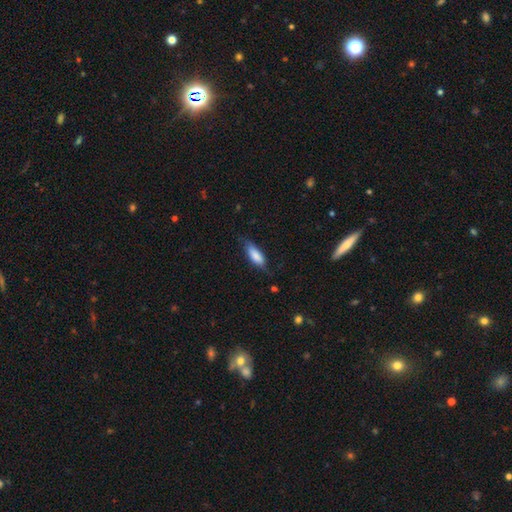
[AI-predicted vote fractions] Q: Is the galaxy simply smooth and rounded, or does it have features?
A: smooth — 76%.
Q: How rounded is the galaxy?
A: in between — 67%.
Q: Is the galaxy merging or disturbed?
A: none — 62%.